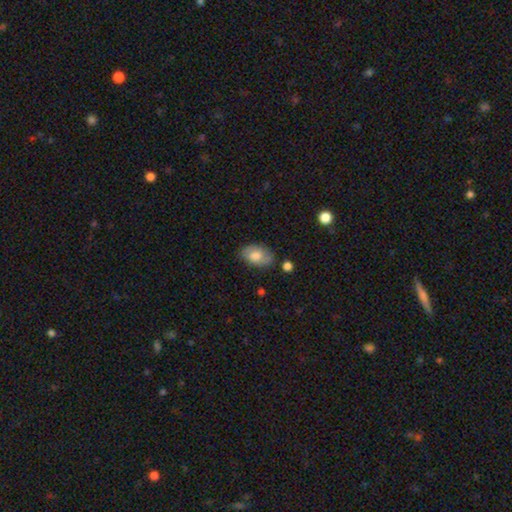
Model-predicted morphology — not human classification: Smooth or featured: smooth — 74% (featured or disk — 19%)
How rounded: in between — 91% (round — 8%)
Merging: none — 75% (minor disturbance — 19%)